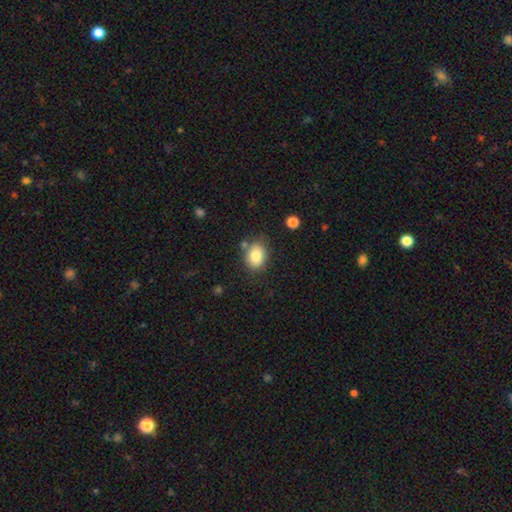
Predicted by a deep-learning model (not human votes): Morphology: type=smooth (82%); roundness=in between (60%); merging=none (73%).